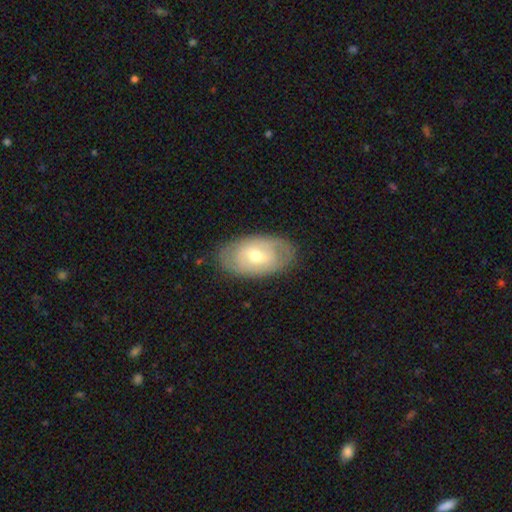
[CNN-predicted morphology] smooth_or_featured: featured or disk (p=0.49) [alt: smooth p=0.45]
merging: none (p=0.80) [alt: minor disturbance p=0.15]